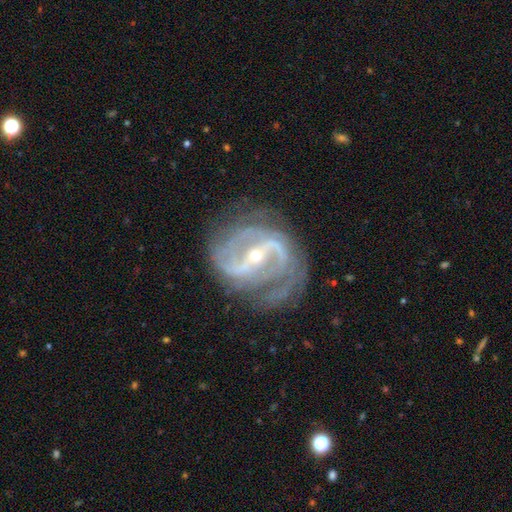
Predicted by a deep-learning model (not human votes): This appears to be a featured or disk galaxy (91%) with a strong bar (66%), 2 (65%) medium (49%) spiral arms (96%) and a small central bulge (70%). Merging: none (64%).